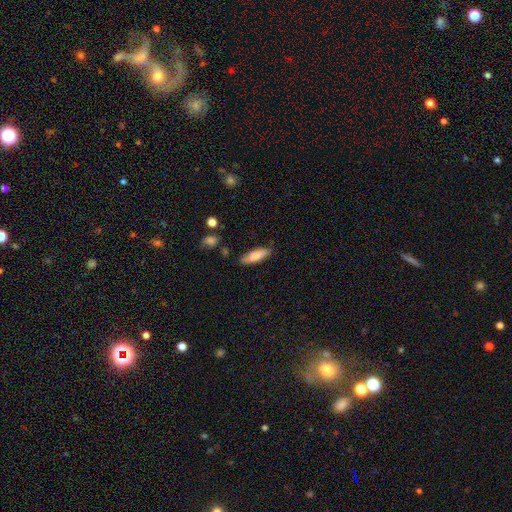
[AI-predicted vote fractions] This is clearly a smooth galaxy (81%). How rounded: possibly in between (52%). Merging: clearly none (82%).